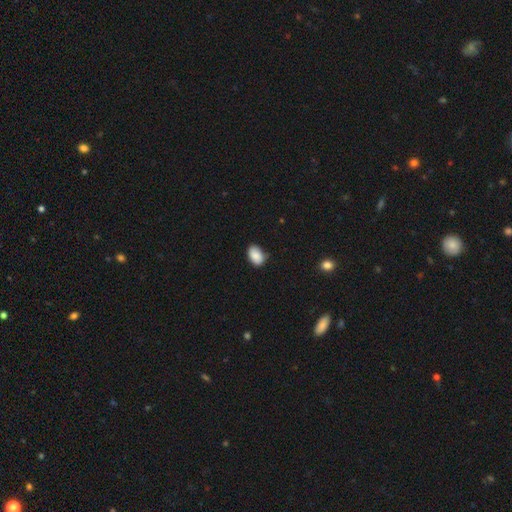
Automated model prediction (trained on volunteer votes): This is clearly a smooth galaxy (88%). How rounded: clearly in between (88%). Merging: likely none (76%).